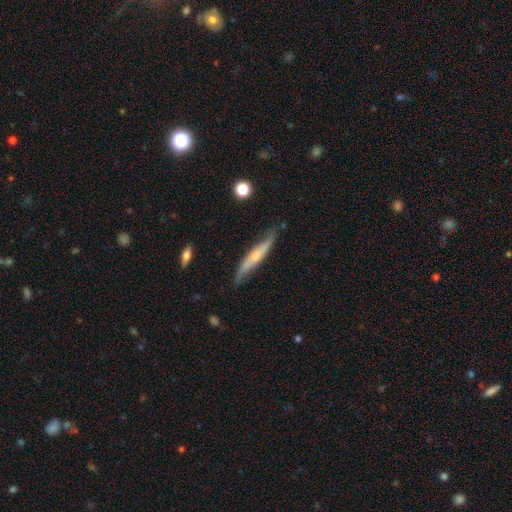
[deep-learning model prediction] Smooth or featured: featured or disk — 60% (smooth — 35%)
Edge-on disk: yes — 74% (no — 26%)
Merging: none — 69% (minor disturbance — 24%)